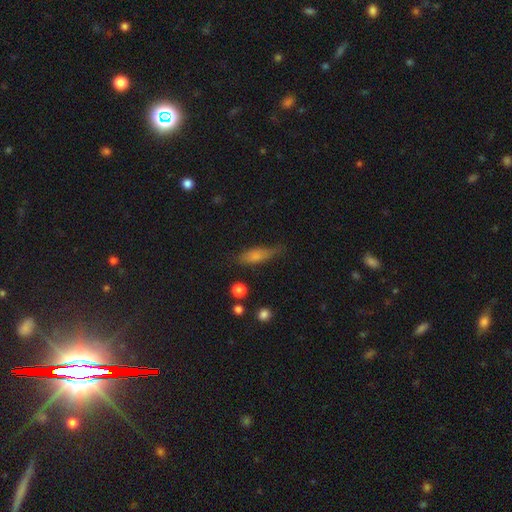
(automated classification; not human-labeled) Overall: smooth (71%). How rounded: in between (49%; cigar-shaped 48%). Merging: none (65%; minor disturbance 25%).